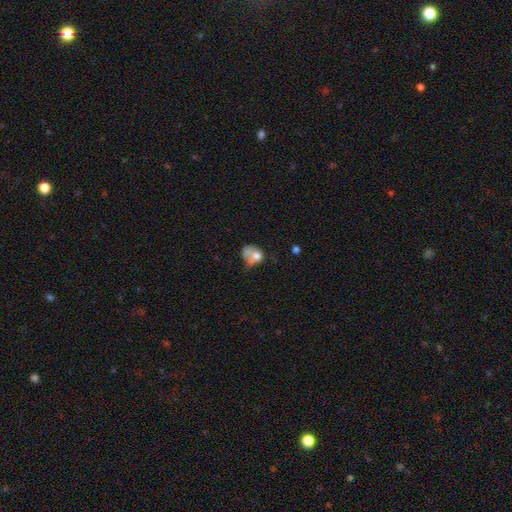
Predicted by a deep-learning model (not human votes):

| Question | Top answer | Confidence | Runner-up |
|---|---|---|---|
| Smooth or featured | smooth | 64% | featured or disk (25%) |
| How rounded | in between | 53% | round (46%) |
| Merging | major disturbance | 30% | merger (29%) |